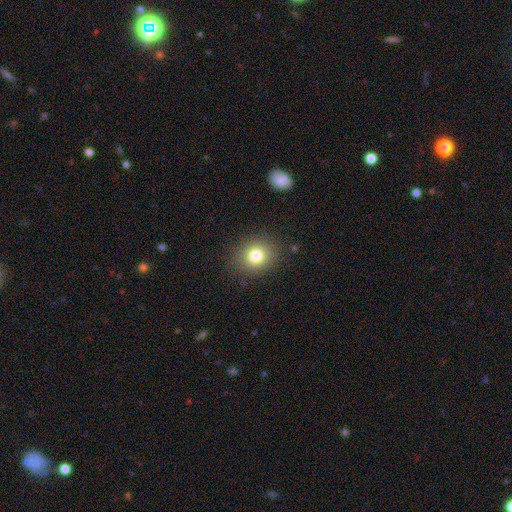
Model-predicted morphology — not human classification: Overall: smooth (79%). How rounded: round (76%). Merging: none (87%).